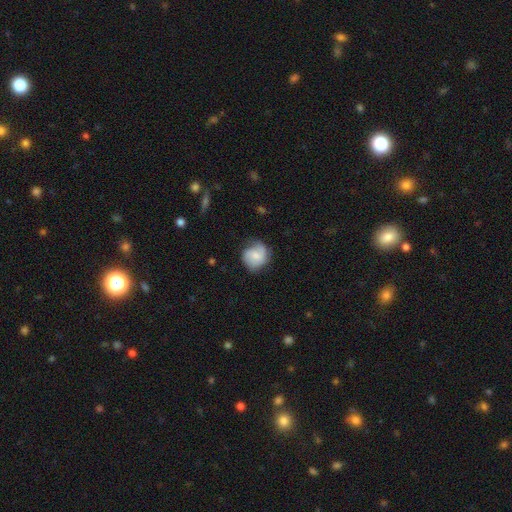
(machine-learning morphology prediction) type=smooth (48%); merging=none (65%).